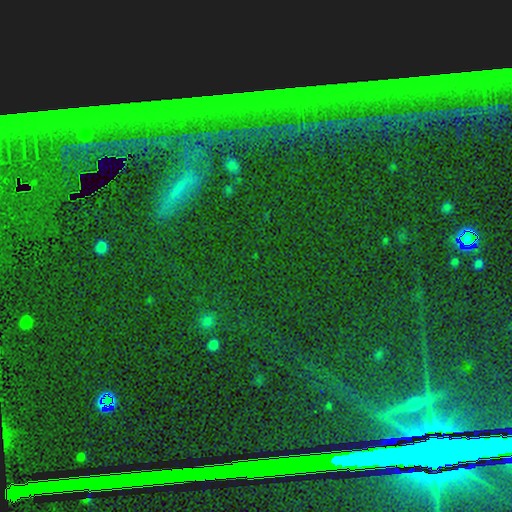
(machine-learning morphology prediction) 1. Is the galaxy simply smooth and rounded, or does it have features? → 85% star or artifact, 8% smooth, 7% featured or disk.